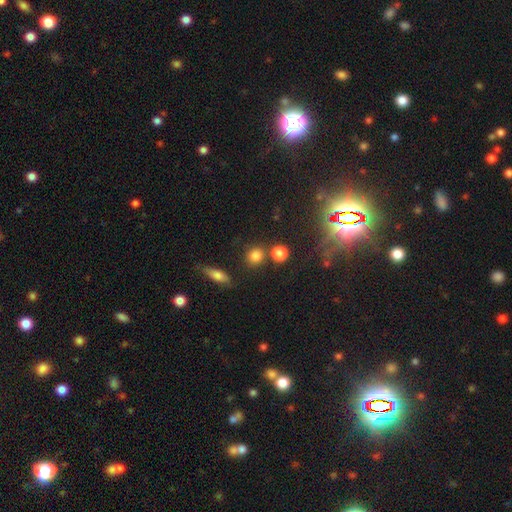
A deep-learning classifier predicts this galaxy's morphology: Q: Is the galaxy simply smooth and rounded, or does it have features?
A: smooth — 81%.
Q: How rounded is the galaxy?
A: round — 86%.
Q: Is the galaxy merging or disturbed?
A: none — 74%.